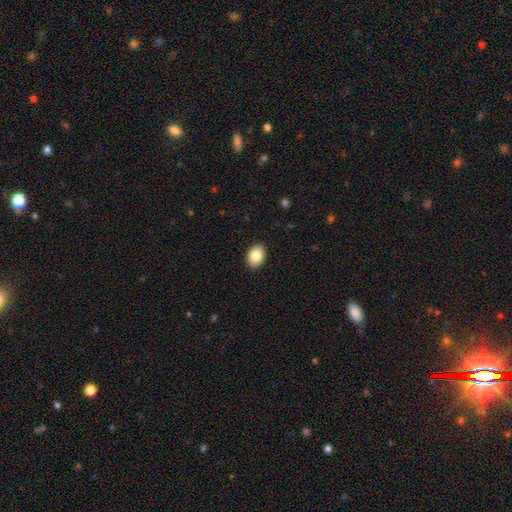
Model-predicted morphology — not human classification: smooth-or-featured: smooth: 86% | star or artifact: 8% | featured or disk: 6%
  how-rounded: in between: 69% | round: 30% | cigar-shaped: 1%
  merging: none: 90% | minor disturbance: 7% | major disturbance: 2% | merger: 1%